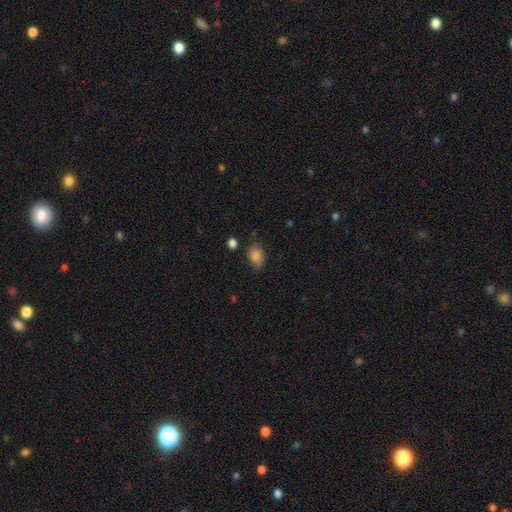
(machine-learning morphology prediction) smooth-or-featured: smooth: 83% | star or artifact: 9% | featured or disk: 8%
  how-rounded: in between: 77% | round: 22% | cigar-shaped: 1%
  merging: none: 72% | minor disturbance: 20% | major disturbance: 5% | merger: 3%